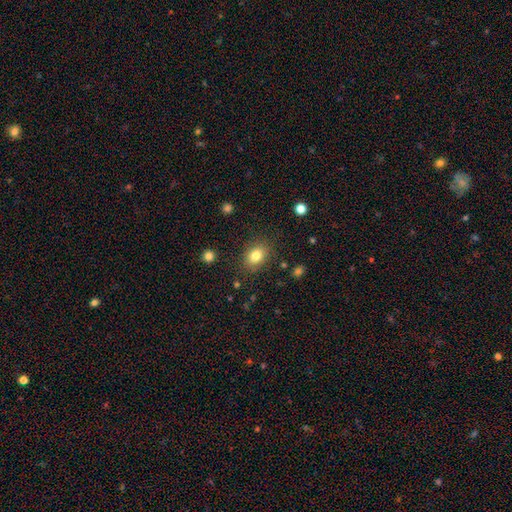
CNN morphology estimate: Smooth or featured?
  - smooth: 82% *
  - star or artifact: 10%
  - featured or disk: 8%
How rounded?
  - in between: 67% *
  - round: 32%
  - cigar-shaped: 1%
Merging?
  - none: 84% *
  - minor disturbance: 11%
  - major disturbance: 3%
  - merger: 2%